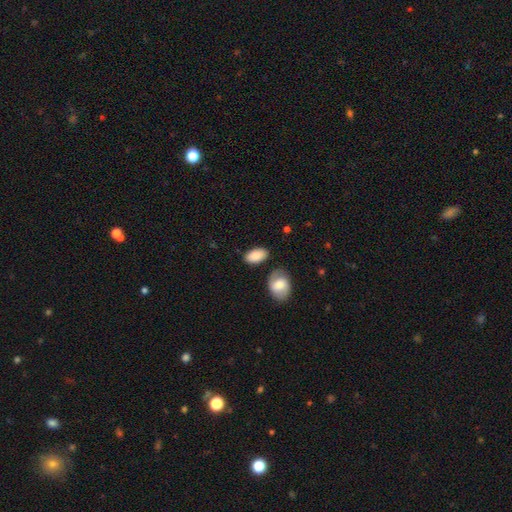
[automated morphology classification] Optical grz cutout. It shows a smooth galaxy with no disk features (87%) that is in between round and cigar-shaped (93%). Merging: none (76%).